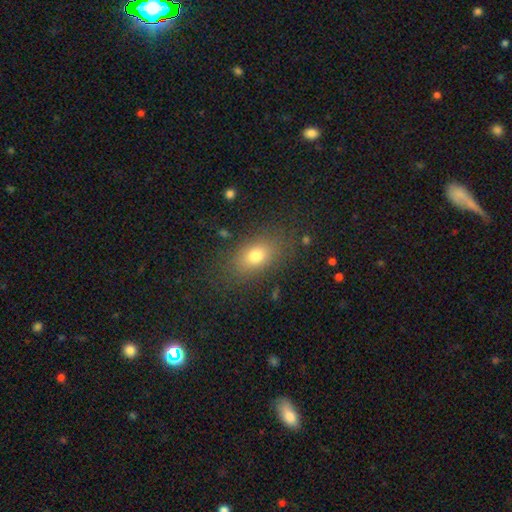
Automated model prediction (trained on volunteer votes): Smooth or featured?
  - smooth: 76% *
  - featured or disk: 13%
  - star or artifact: 11%
How rounded?
  - in between: 80% *
  - round: 16%
  - cigar-shaped: 4%
Merging?
  - none: 81% *
  - minor disturbance: 12%
  - major disturbance: 6%
  - merger: 2%